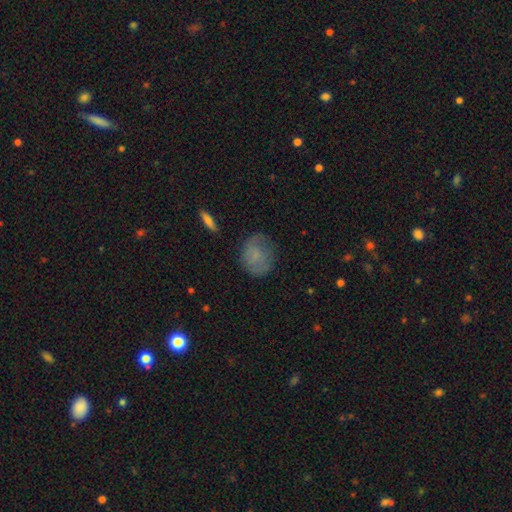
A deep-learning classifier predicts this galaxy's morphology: type=smooth (71%); roundness=round (65%); merging=none (65%).